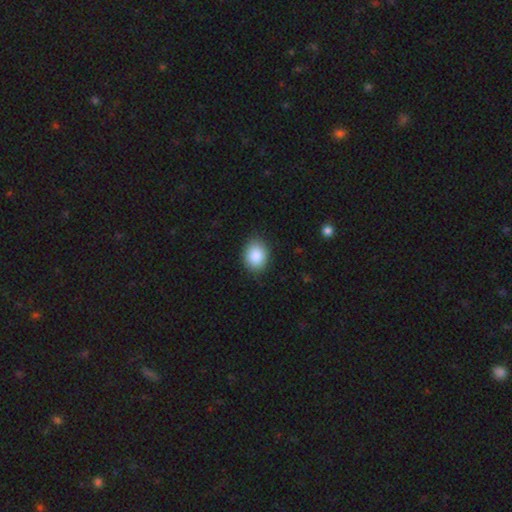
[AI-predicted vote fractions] This is clearly a smooth galaxy (88%). How rounded: possibly in between (56%). Merging: clearly none (86%).